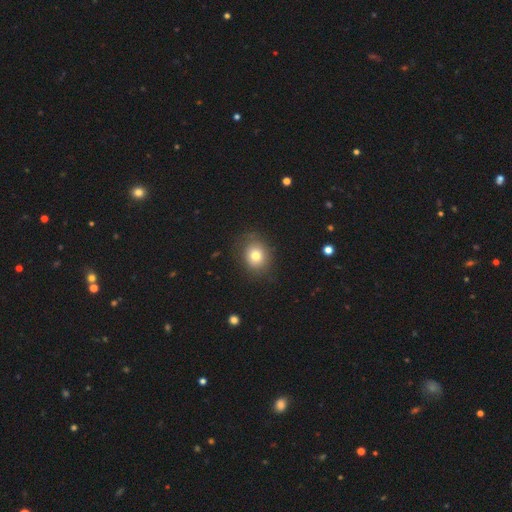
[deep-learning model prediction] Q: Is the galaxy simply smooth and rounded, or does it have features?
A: smooth — 76%.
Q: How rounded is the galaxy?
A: round — 65%.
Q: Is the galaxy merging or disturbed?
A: none — 79%.